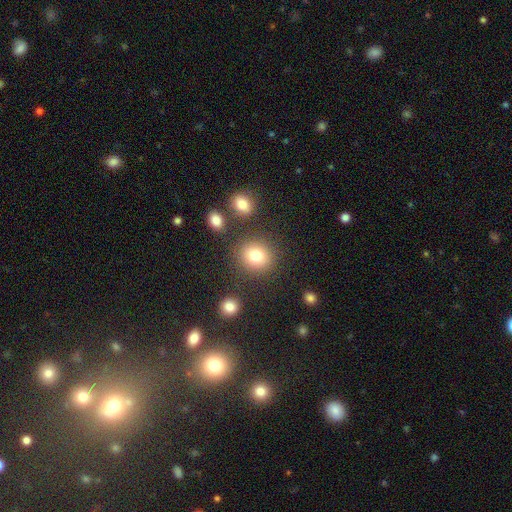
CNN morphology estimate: The model was most divided on "how rounded": round: 81%, in between: 18%, cigar-shaped: 1%. More confident: merging — none (81%); smooth or featured — smooth (81%).